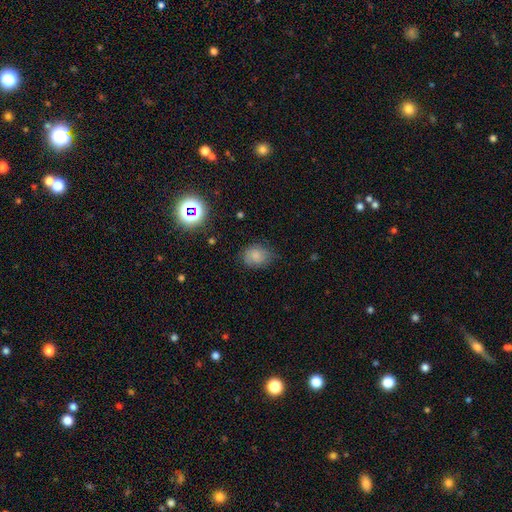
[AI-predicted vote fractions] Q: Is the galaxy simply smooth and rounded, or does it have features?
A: smooth — 74%.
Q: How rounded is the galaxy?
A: round — 50%.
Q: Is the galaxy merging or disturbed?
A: none — 67%.